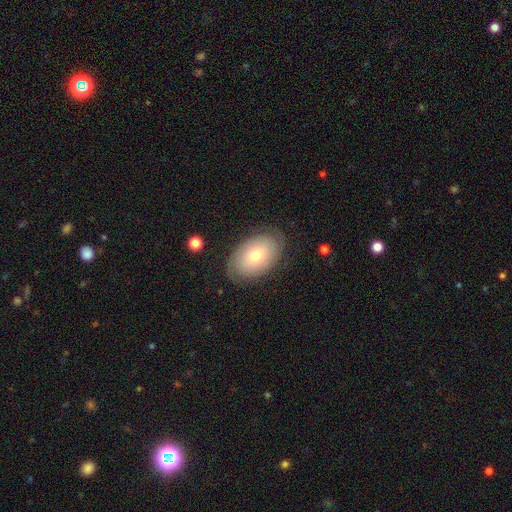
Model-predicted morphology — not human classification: smooth_or_featured: smooth (p=0.60) [alt: featured or disk p=0.32]
how_rounded: in between (p=0.88) [alt: round p=0.11]
merging: none (p=0.80) [alt: minor disturbance p=0.14]